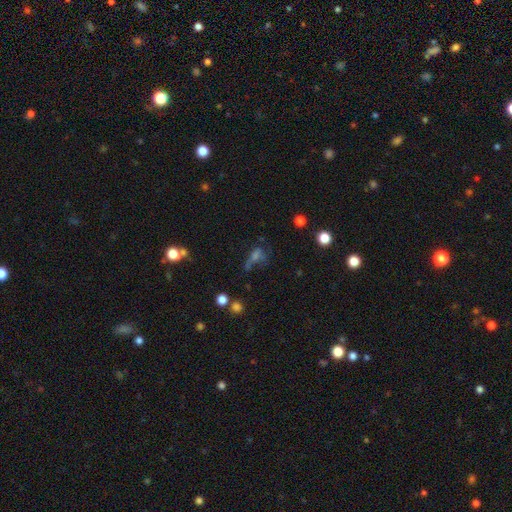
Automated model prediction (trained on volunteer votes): smooth 39%, star or artifact 35%, featured or disk 27%. Down the decision tree: merging — none (40%).